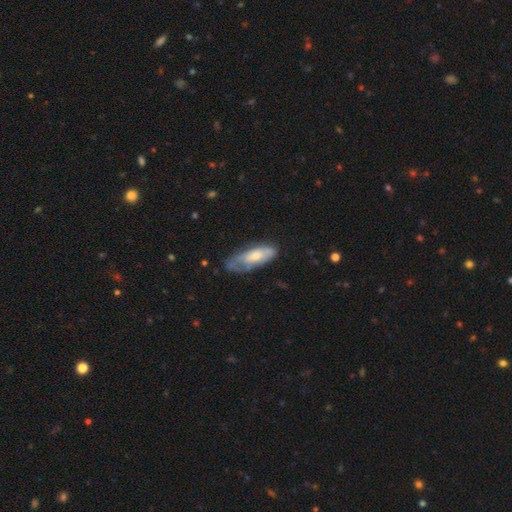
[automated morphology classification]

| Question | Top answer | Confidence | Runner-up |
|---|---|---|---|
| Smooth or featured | smooth | 55% | featured or disk (39%) |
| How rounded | in between | 69% | cigar-shaped (29%) |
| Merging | none | 42% | minor disturbance (33%) |